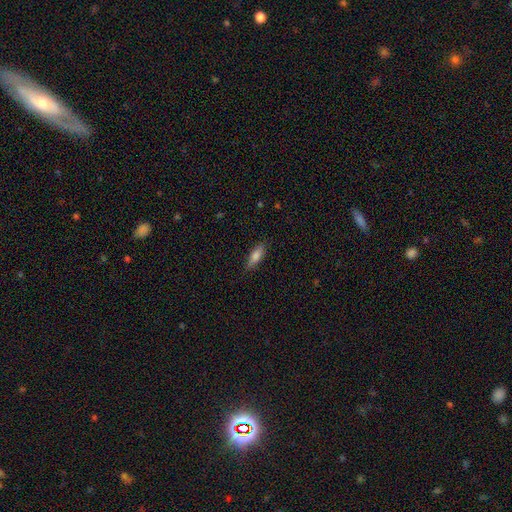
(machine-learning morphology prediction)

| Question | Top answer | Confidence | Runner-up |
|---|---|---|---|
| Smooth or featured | smooth | 79% | featured or disk (15%) |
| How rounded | in between | 60% | cigar-shaped (38%) |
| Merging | none | 84% | minor disturbance (12%) |